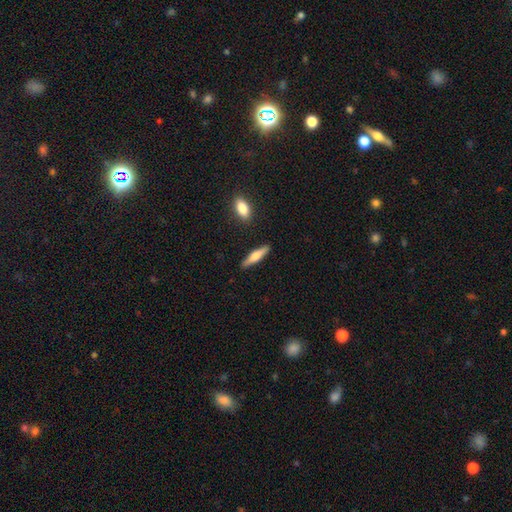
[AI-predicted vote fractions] Smooth or featured? smooth (56%)
How rounded? cigar-shaped (80%)
Merging? none (87%)